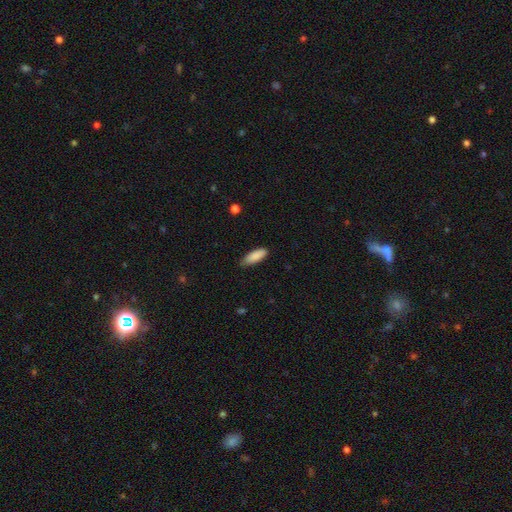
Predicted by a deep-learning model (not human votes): Morphology: type=smooth (88%); roundness=in between (66%); merging=none (75%).